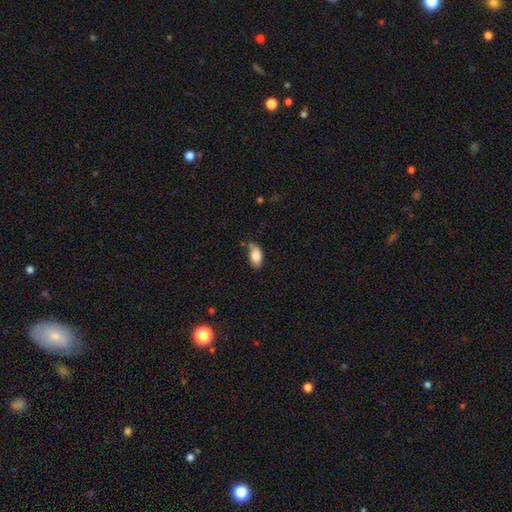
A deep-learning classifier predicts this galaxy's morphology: Smooth or featured: smooth — 84% (featured or disk — 8%)
How rounded: in between — 92% (round — 5%)
Merging: none — 55% (minor disturbance — 32%)